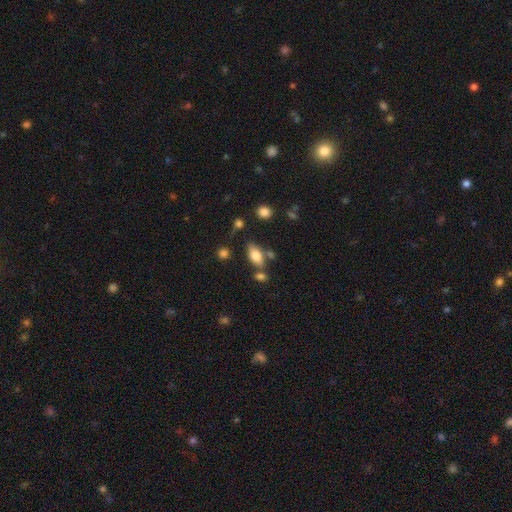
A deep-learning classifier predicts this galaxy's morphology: Overall: smooth (76%). How rounded: in between (86%). Merging: none (65%).